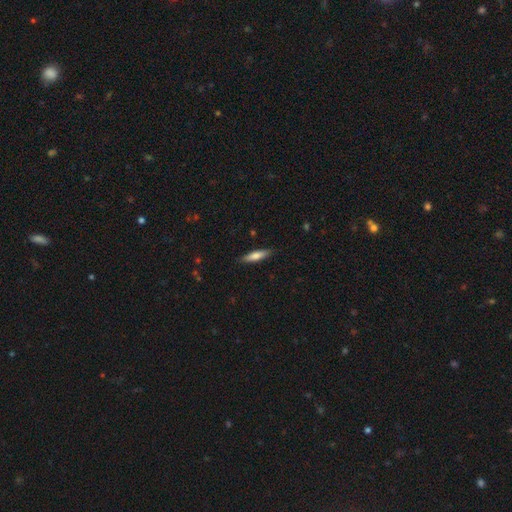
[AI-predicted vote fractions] Smooth or featured?
  - smooth: 67% *
  - featured or disk: 27%
  - star or artifact: 6%
How rounded?
  - cigar-shaped: 75% *
  - in between: 23%
  - round: 2%
Merging?
  - none: 88% *
  - minor disturbance: 10%
  - major disturbance: 2%
  - merger: 1%